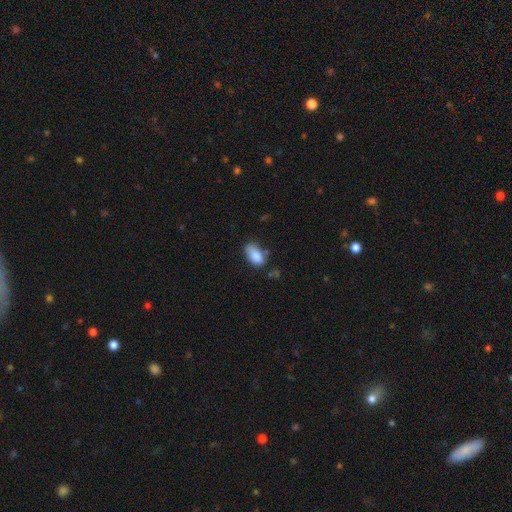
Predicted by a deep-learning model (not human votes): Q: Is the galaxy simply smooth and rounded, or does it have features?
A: smooth — 85%.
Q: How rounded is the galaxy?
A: in between — 92%.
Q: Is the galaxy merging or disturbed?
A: none — 59%.